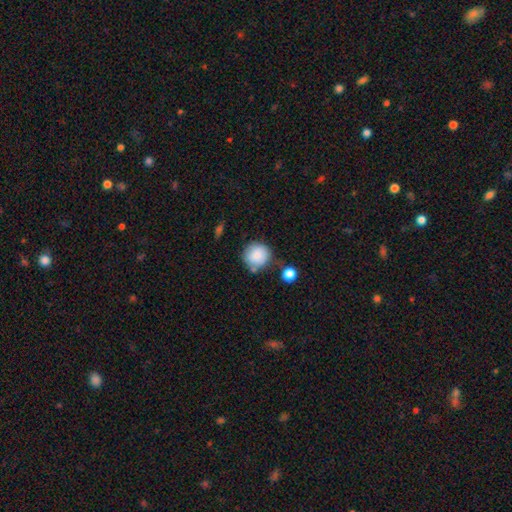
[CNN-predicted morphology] A smooth galaxy with no disk features (85%) that is round (92%).

Vote fractions:
- Smooth or featured? smooth: 85% / star or artifact: 8% / featured or disk: 7%
- How rounded? round: 92% / in between: 7% / cigar-shaped: 1%
- Merging? none: 67% / minor disturbance: 18% / merger: 10% / major disturbance: 5%